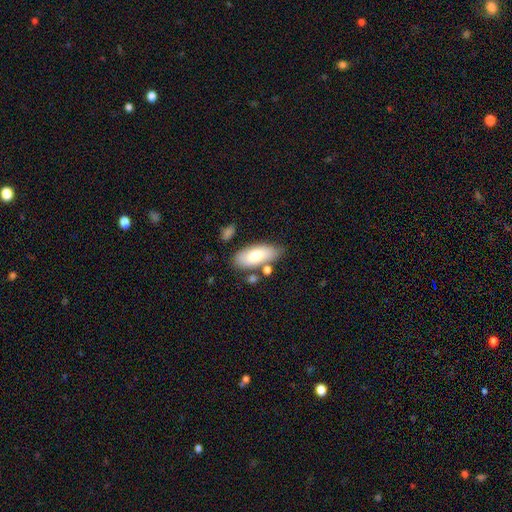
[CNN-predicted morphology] Smooth or featured: smooth — 74% (featured or disk — 20%)
How rounded: in between — 85% (cigar-shaped — 12%)
Merging: none — 72% (minor disturbance — 16%)